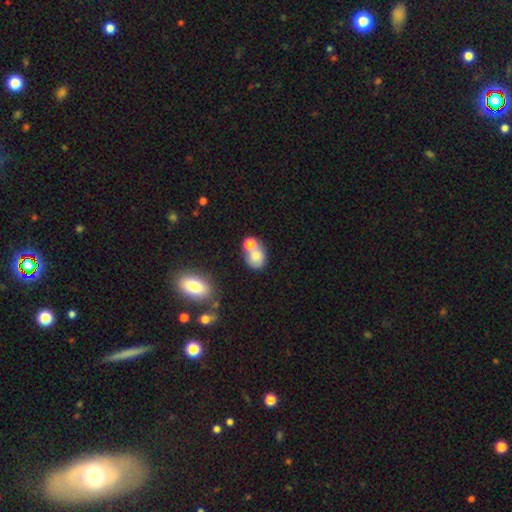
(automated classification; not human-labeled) This appears to be a smooth galaxy with no disk features (76%) that is round (50%). Merging: merger (42%).